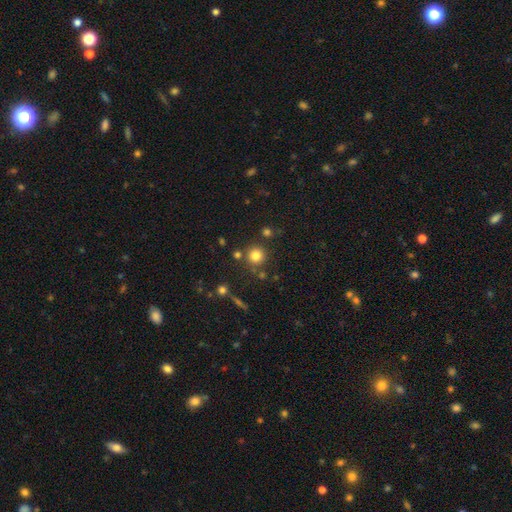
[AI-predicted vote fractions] smooth 80%, star or artifact 13%, featured or disk 7%. Down the decision tree: how rounded — round (94%); merging — none (81%).